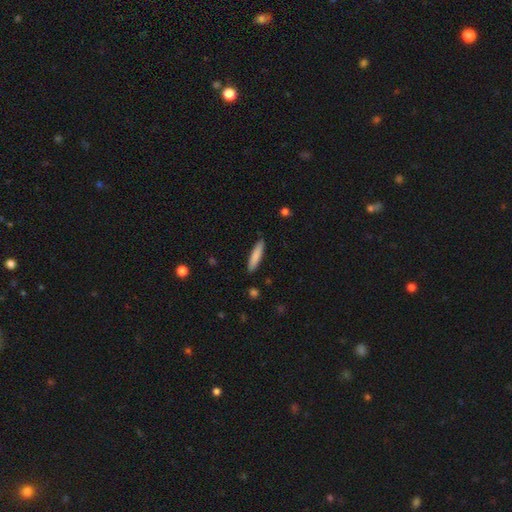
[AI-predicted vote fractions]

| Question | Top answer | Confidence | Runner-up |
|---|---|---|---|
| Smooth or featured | smooth | 83% | featured or disk (11%) |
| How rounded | cigar-shaped | 84% | in between (15%) |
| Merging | none | 88% | minor disturbance (9%) |